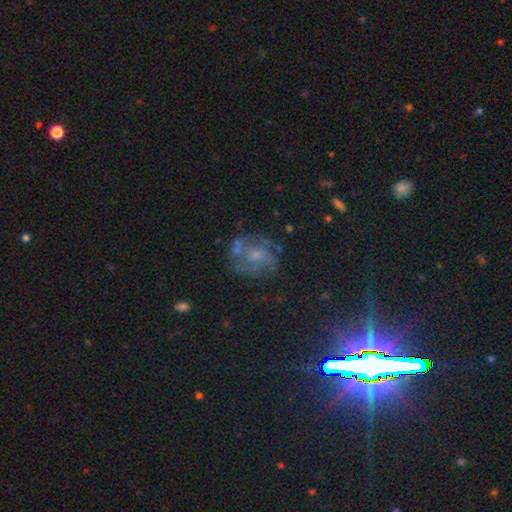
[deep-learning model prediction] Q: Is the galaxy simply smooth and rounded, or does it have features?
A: featured or disk — 66%.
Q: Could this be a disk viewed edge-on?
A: no — 98%.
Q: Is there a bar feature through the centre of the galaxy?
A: no — 74%.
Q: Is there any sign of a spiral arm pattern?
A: yes — 77%.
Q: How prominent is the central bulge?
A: small — 46%.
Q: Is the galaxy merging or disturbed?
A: none — 59%.